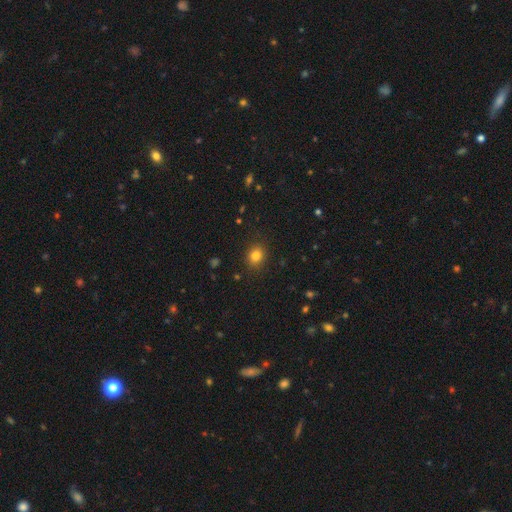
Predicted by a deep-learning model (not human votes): Smooth or featured? smooth (82%)
How rounded? round (62%)
Merging? none (88%)